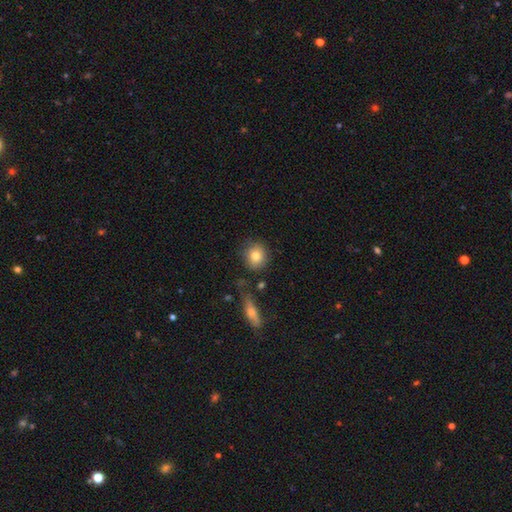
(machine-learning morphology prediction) Smooth or featured?
  - smooth: 80% *
  - featured or disk: 11%
  - star or artifact: 9%
How rounded?
  - round: 84% *
  - in between: 15%
  - cigar-shaped: 1%
Merging?
  - none: 80% *
  - minor disturbance: 12%
  - merger: 5%
  - major disturbance: 4%